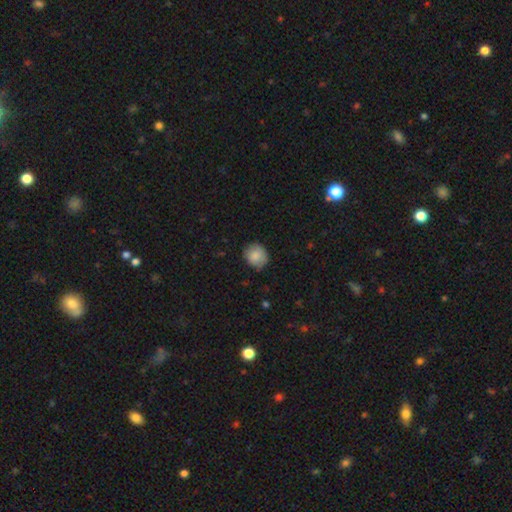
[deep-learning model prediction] Smooth or featured: smooth — 85% (star or artifact — 8%)
How rounded: round — 77% (in between — 22%)
Merging: none — 78% (minor disturbance — 17%)